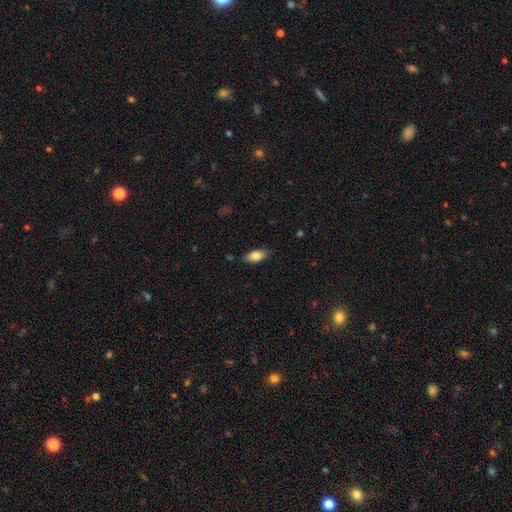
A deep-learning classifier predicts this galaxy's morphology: Overall: smooth (78%). How rounded: in between (84%). Merging: none (83%).